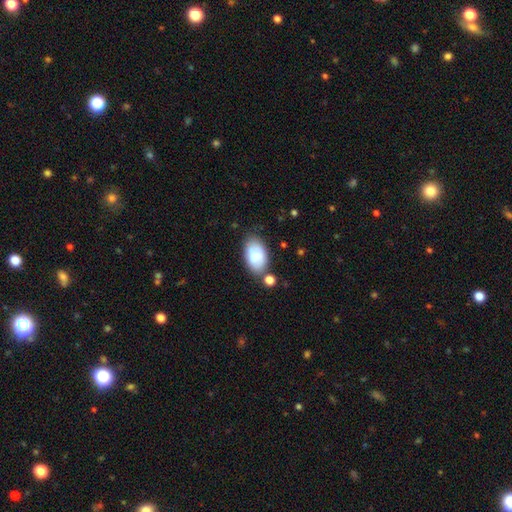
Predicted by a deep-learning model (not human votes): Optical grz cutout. It shows a smooth galaxy with no disk features (82%) that is in between round and cigar-shaped (94%). Merging: none (66%).